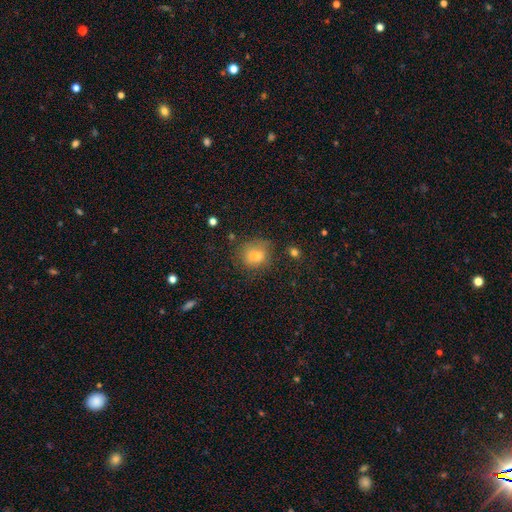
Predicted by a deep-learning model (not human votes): smooth-or-featured: smooth: 74% | star or artifact: 14% | featured or disk: 12%
  how-rounded: round: 82% | in between: 16% | cigar-shaped: 1%
  merging: none: 73% | minor disturbance: 18% | major disturbance: 6% | merger: 3%